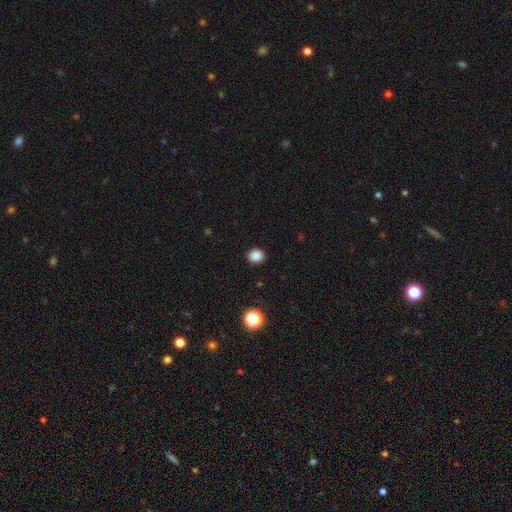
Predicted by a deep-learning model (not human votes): Smooth or featured? Predicted: smooth (p=0.86). How rounded? Predicted: round (p=0.77). Merging? Predicted: none (p=0.91).